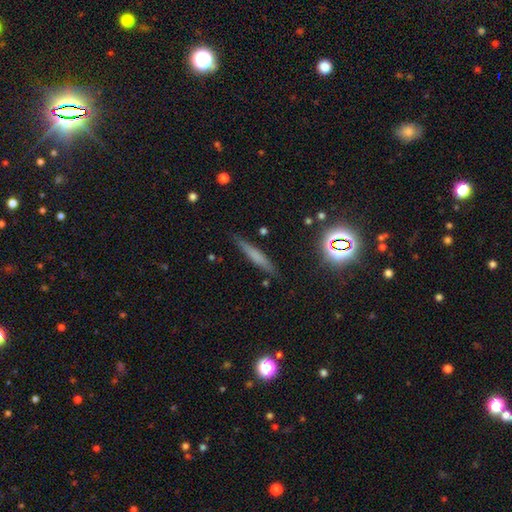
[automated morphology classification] This is possibly a smooth galaxy (57%). How rounded: clearly cigar-shaped (91%). Merging: clearly none (85%).